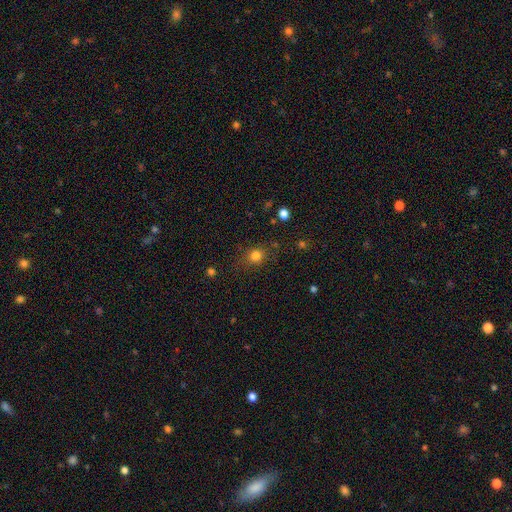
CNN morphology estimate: Smooth or featured? Predicted: smooth (p=0.80). How rounded? Predicted: round (p=0.79). Merging? Predicted: none (p=0.79).